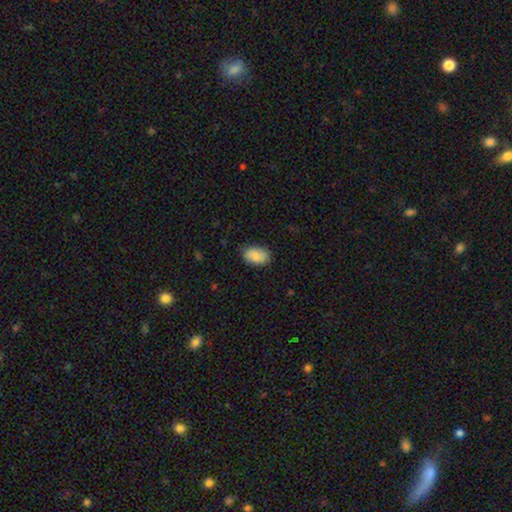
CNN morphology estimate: Overall: smooth (85%). How rounded: in between (90%). Merging: none (81%).